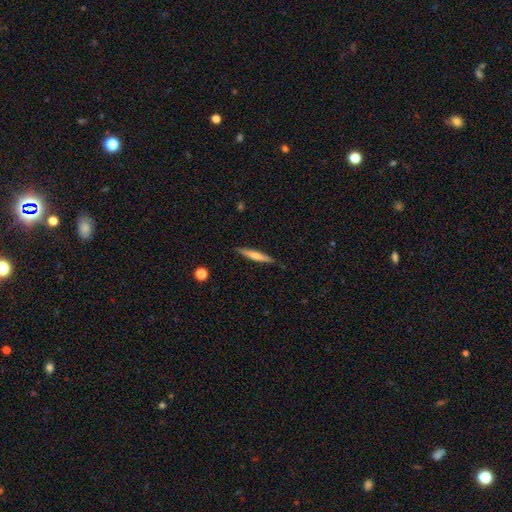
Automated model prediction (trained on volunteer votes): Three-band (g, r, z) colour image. It shows a smooth galaxy with no disk features (51%) that is cigar-shaped (93%). Merging: none (88%).